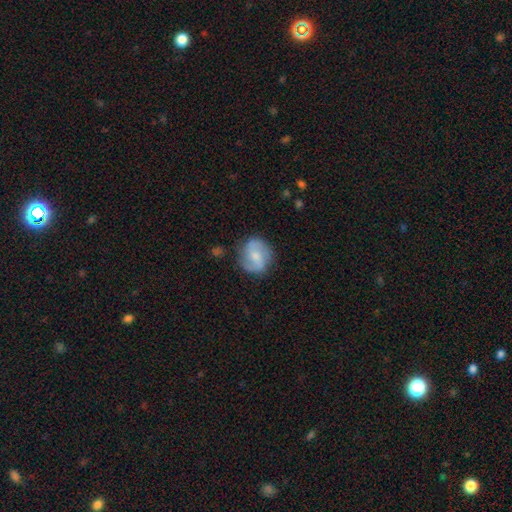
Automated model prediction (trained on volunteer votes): This appears to be a featured or disk galaxy (65%) with a weak bar (48%), 2 (88%) medium (45%) spiral arms (91%) and a small central bulge (46%). Merging: none (79%).